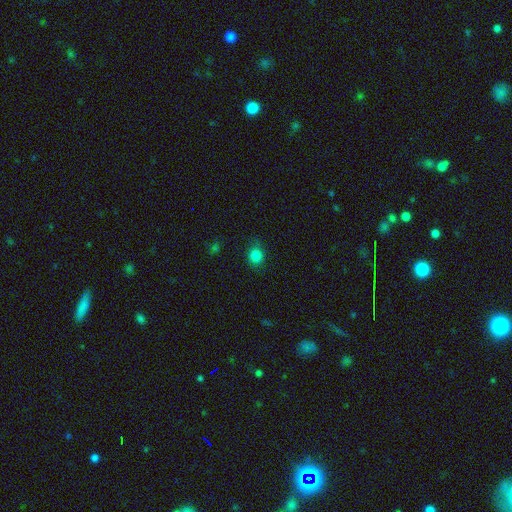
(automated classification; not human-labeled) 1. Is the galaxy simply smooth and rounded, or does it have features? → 82% smooth, 13% star or artifact, 5% featured or disk.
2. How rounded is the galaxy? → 76% round, 23% in between, 1% cigar-shaped.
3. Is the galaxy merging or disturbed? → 80% none, 15% minor disturbance, 4% major disturbance, 1% merger.